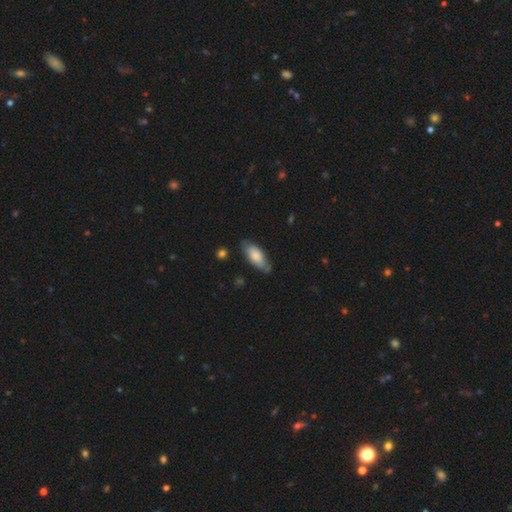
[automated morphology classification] smooth 77%, featured or disk 18%, star or artifact 5%. Down the decision tree: how rounded — in between (76%); merging — none (72%).